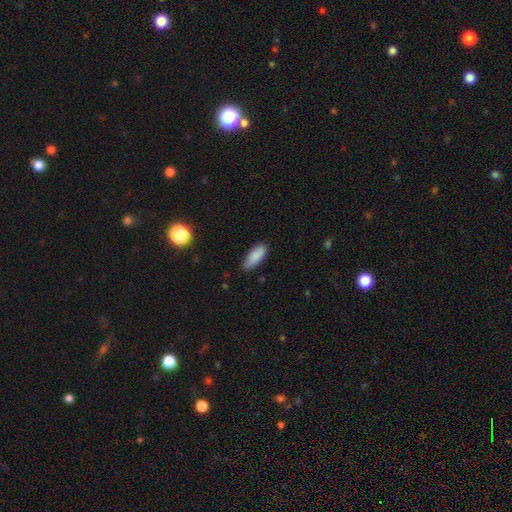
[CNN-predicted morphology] Overall: smooth (87%). How rounded: in between (77%). Merging: none (80%).